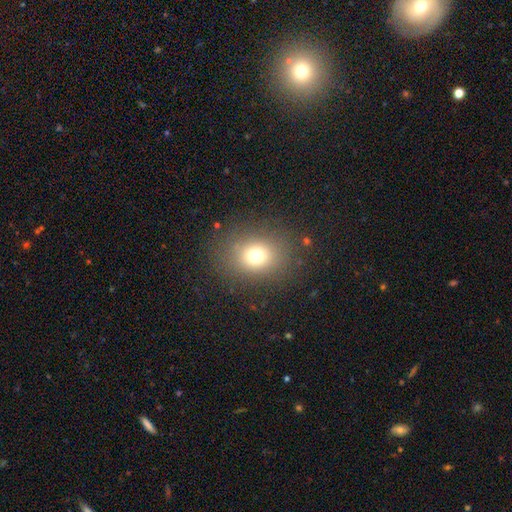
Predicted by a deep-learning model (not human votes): This appears to be a smooth galaxy with no disk features (72%) that is round (60%). Merging: none (83%).